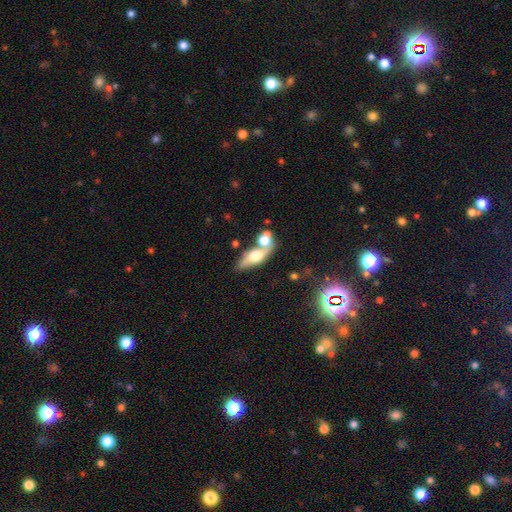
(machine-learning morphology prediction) smooth_or_featured: smooth (p=0.50) [alt: featured or disk p=0.42]
merging: none (p=0.44) [alt: merger p=0.36]